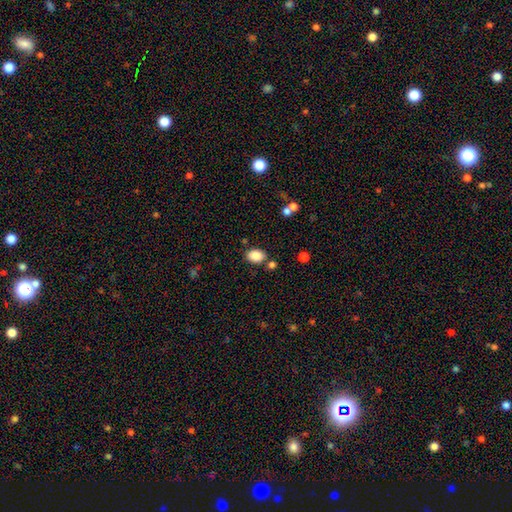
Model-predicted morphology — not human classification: Smooth or featured?
  - smooth: 87% *
  - star or artifact: 8%
  - featured or disk: 4%
How rounded?
  - in between: 82% *
  - round: 17%
  - cigar-shaped: 1%
Merging?
  - none: 79% *
  - minor disturbance: 11%
  - merger: 7%
  - major disturbance: 3%